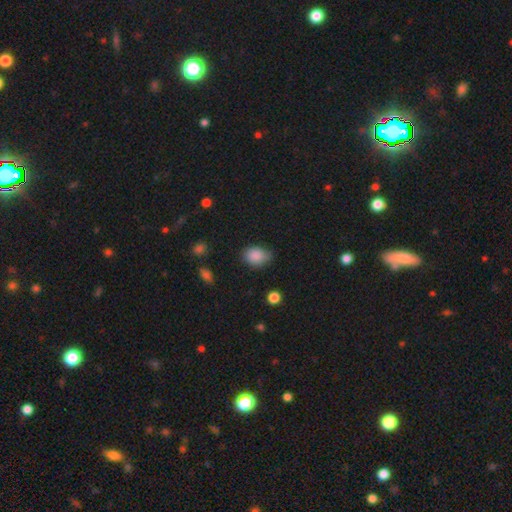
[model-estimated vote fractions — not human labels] Smooth or featured? smooth (86%)
How rounded? in between (67%)
Merging? none (67%)